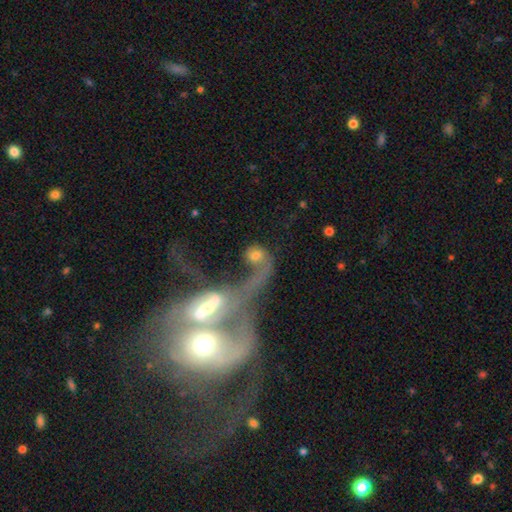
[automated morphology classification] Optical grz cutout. It shows a featured or disk galaxy (47%). Merging: merger (58%).